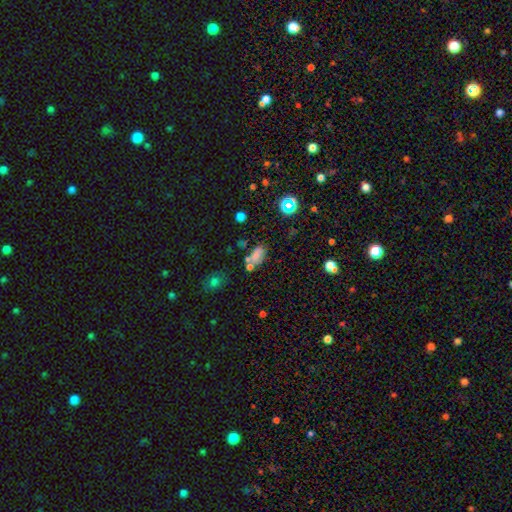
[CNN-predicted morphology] type=smooth (69%); roundness=in between (86%); merging=none (51%).